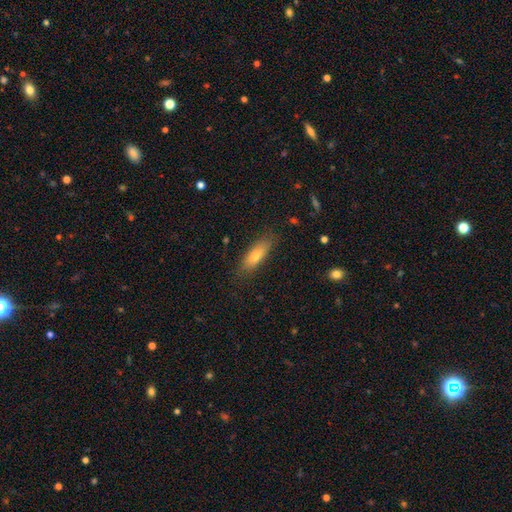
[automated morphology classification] smooth 69%, featured or disk 24%, star or artifact 8%. Down the decision tree: how rounded — in between (54%); merging — none (82%).